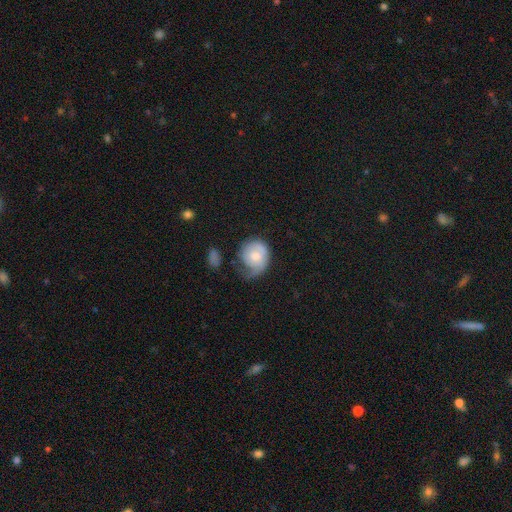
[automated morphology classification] Q: Smooth or featured?
A: featured or disk (48%); runner-up: smooth (46%)
Q: Merging?
A: none (34%); runner-up: minor disturbance (32%)